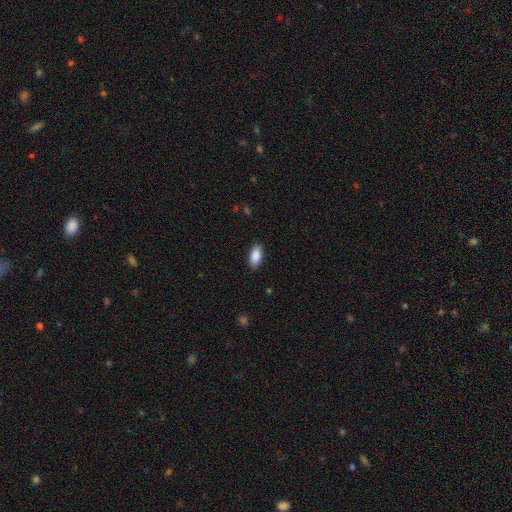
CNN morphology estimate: A smooth galaxy with no disk features (89%) that is in between round and cigar-shaped (90%). Merging: none (87%).